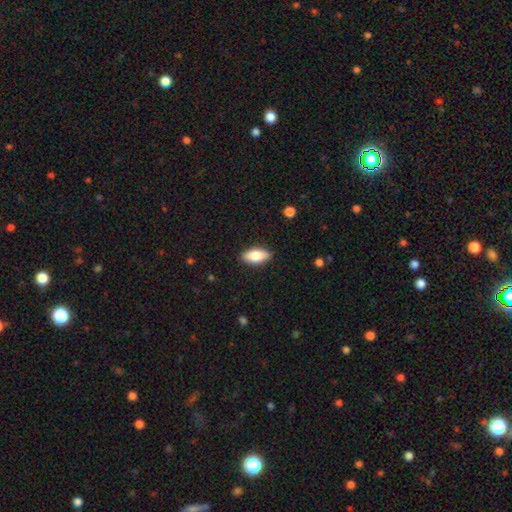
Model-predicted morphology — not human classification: Overall: smooth (77%). How rounded: in between (87%). Merging: none (88%).